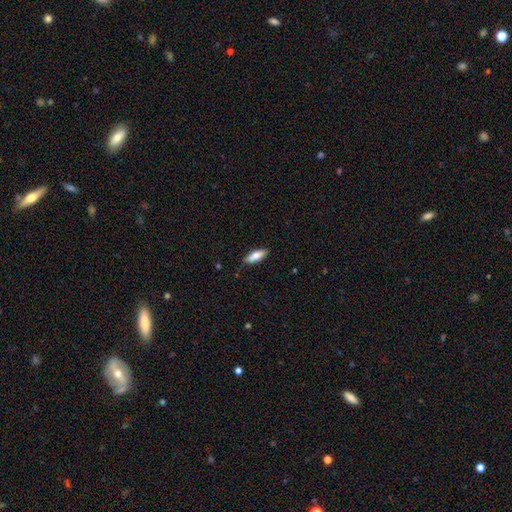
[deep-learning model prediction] A smooth galaxy with no disk features (72%) that is in between round and cigar-shaped (67%). Merging: none (85%).